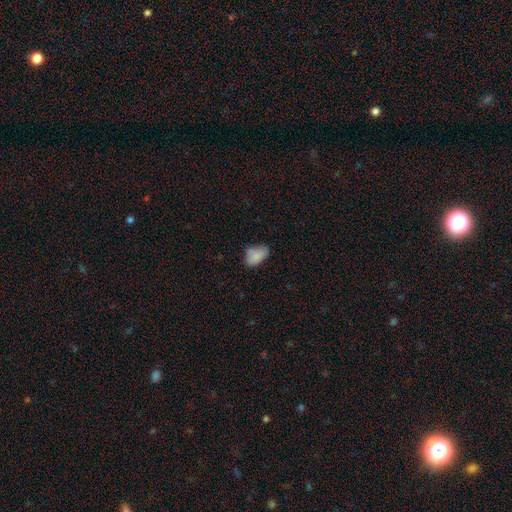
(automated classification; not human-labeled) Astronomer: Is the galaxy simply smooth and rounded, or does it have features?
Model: smooth — 83%.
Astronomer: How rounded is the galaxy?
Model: in between — 88%.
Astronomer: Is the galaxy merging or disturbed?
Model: none — 53% (runner-up: minor disturbance, 35%).